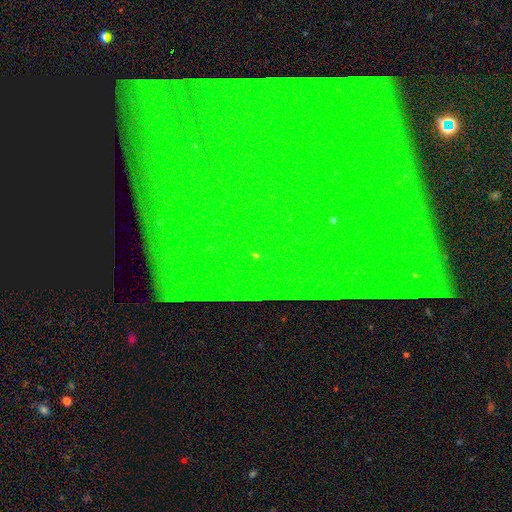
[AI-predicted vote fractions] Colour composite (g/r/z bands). It shows a star or artifact, not a galaxy (85%).